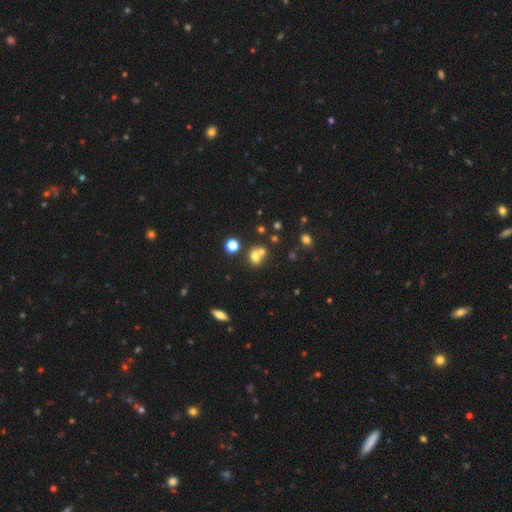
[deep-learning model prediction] A smooth galaxy with no disk features (69%) that is round (68%).

Vote fractions:
- Smooth or featured? smooth: 69% / star or artifact: 17% / featured or disk: 14%
- How rounded? round: 68% / in between: 31% / cigar-shaped: 1%
- Merging? merger: 47% / none: 41% / minor disturbance: 8% / major disturbance: 3%